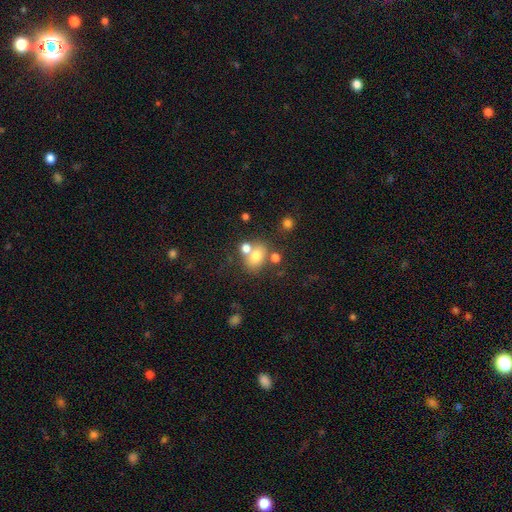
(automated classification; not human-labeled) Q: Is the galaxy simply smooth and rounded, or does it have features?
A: smooth — 73%.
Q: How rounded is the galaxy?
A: in between — 59%.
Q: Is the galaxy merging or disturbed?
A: none — 50%.